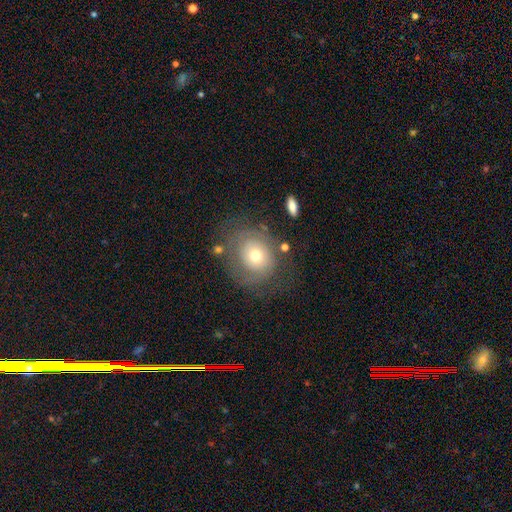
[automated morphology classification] Smooth or featured?
  - featured or disk: 46% *
  - smooth: 44%
  - star or artifact: 10%
Merging?
  - none: 62% *
  - minor disturbance: 19%
  - major disturbance: 15%
  - merger: 4%